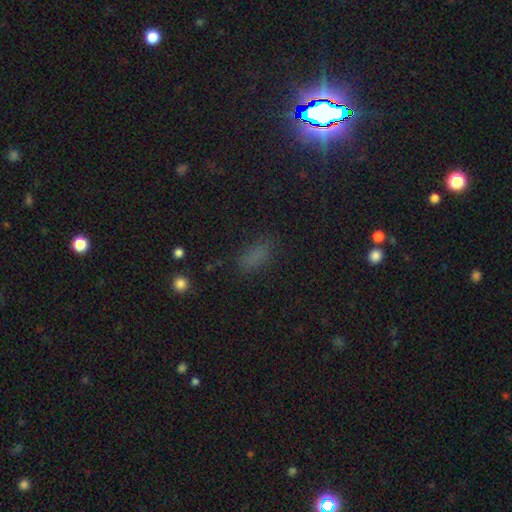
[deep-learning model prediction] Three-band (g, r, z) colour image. It shows a smooth galaxy with no disk features (68%) that is in between round and cigar-shaped (78%). Merging: none (76%).